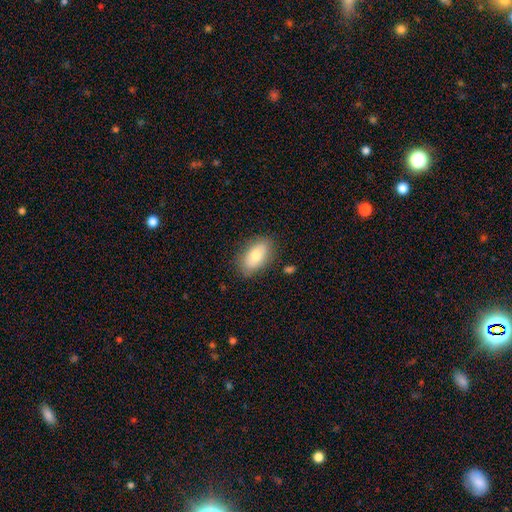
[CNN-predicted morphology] Smooth or featured?
  - smooth: 74% *
  - featured or disk: 19%
  - star or artifact: 7%
How rounded?
  - in between: 92% *
  - round: 6%
  - cigar-shaped: 3%
Merging?
  - none: 81% *
  - minor disturbance: 14%
  - major disturbance: 3%
  - merger: 2%